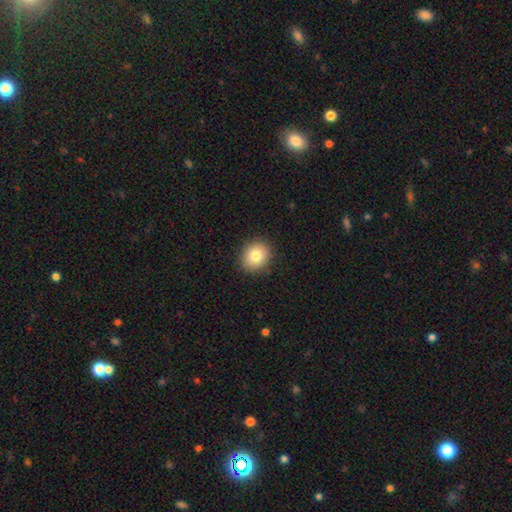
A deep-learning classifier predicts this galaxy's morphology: The model was most divided on "how rounded": round: 73%, in between: 26%, cigar-shaped: 1%. More confident: merging — none (90%); smooth or featured — smooth (81%).